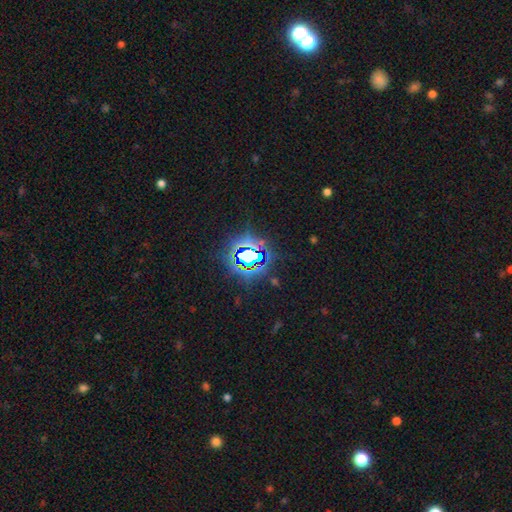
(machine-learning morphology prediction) This appears to be a star or artifact, not a galaxy (81%).